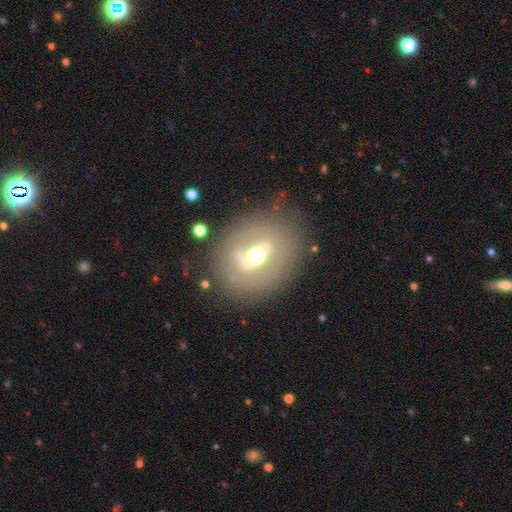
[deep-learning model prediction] This appears to be a featured or disk galaxy (66%) with a strong bar (42%, tied with weak), no spiral arms (61%) and a moderate central bulge (69%). Merging: none (77%).